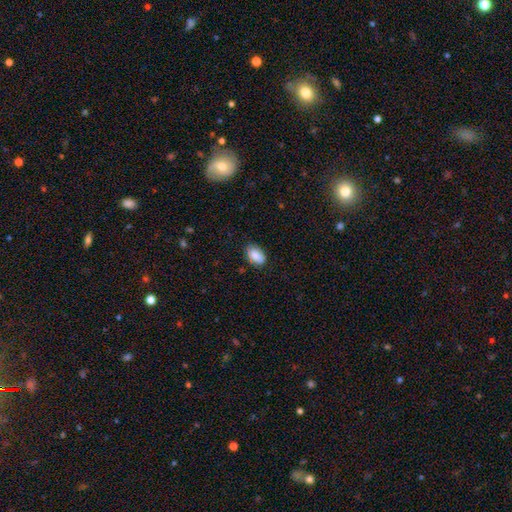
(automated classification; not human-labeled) Q: Smooth or featured?
A: smooth (85%); runner-up: featured or disk (8%)
Q: How rounded?
A: in between (90%); runner-up: round (8%)
Q: Merging?
A: none (77%); runner-up: minor disturbance (18%)